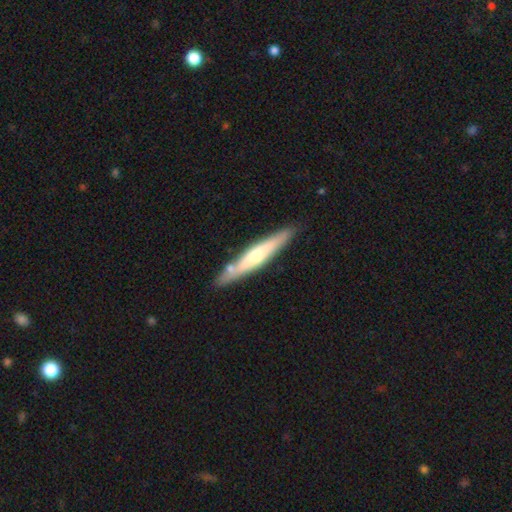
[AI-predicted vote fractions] This is possibly a featured or disk galaxy (59%). It is clearly viewed edge-on (91%). Edge-on bulge: likely rounded (64%). Merging: clearly none (84%).